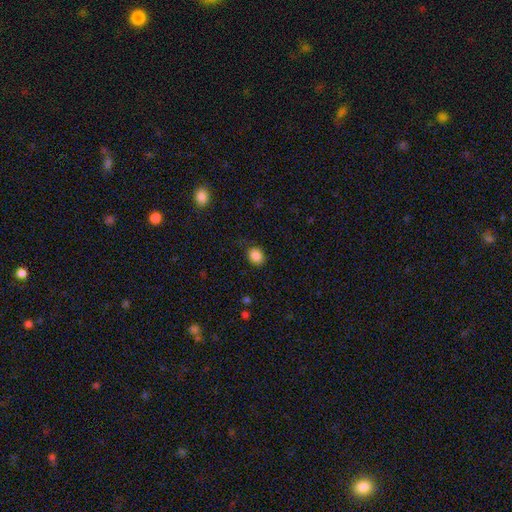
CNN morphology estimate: This is clearly a smooth galaxy (86%). How rounded: likely round (62%). Merging: clearly none (81%).